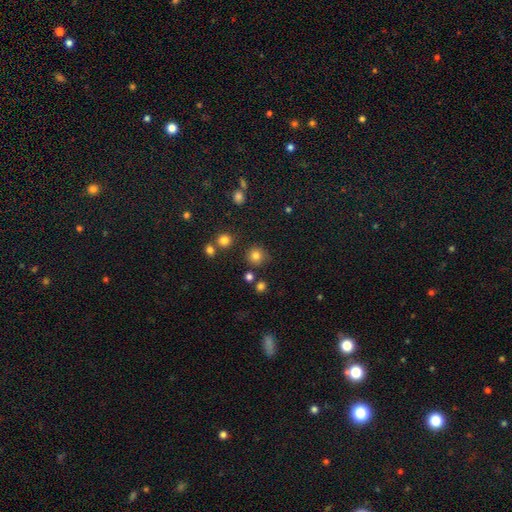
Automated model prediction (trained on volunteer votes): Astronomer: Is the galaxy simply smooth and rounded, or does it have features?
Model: smooth — 81%.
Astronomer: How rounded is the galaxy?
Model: round — 93%.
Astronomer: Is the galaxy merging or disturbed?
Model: none — 84%.